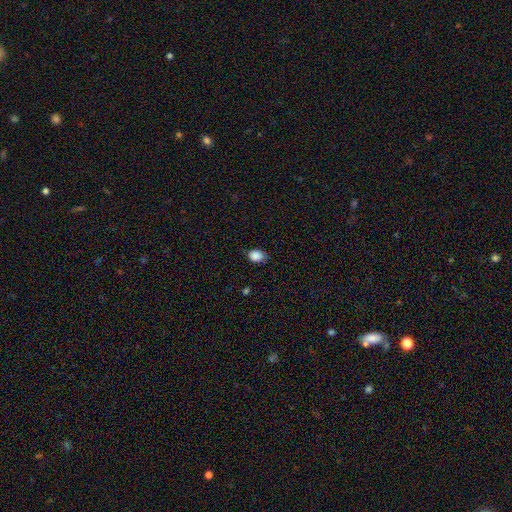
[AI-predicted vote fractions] The model was most divided on "how rounded": in between: 74%, round: 25%, cigar-shaped: 1%. More confident: smooth or featured — smooth (88%); merging — none (74%).